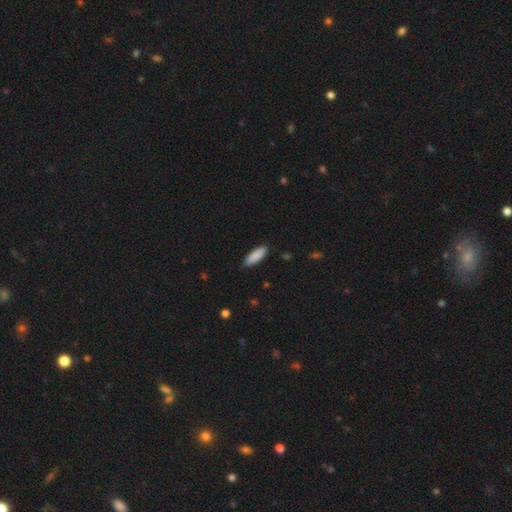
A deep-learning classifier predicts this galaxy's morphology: smooth 89%, star or artifact 6%, featured or disk 5%. Down the decision tree: how rounded — in between (58%); merging — none (85%).